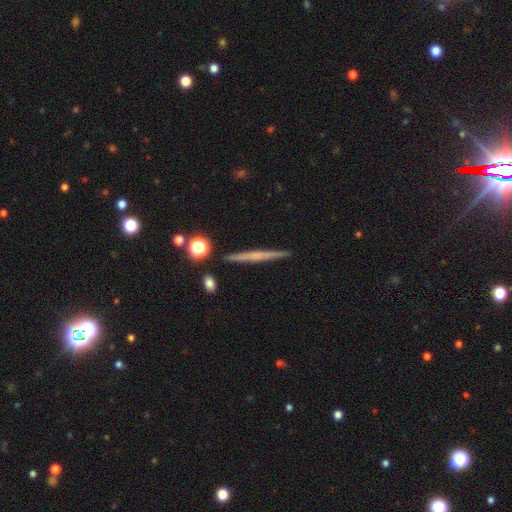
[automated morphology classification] featured or disk 56%, smooth 37%, star or artifact 7%. Down the decision tree: edge-on disk — yes (97%); edge-on bulge — none (74%); merging — none (90%).